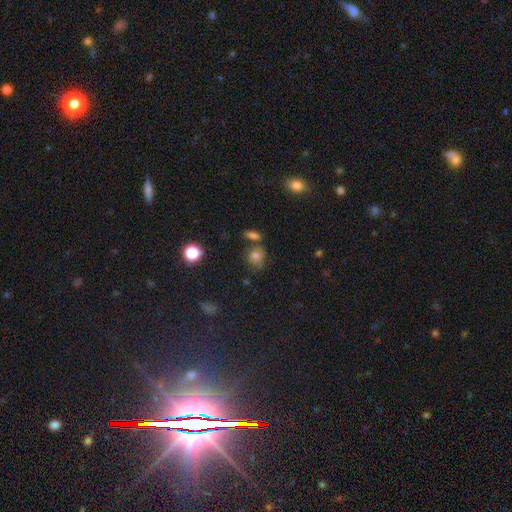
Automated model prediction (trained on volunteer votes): Smooth or featured? smooth (76%)
How rounded? round (65%)
Merging? none (59%)